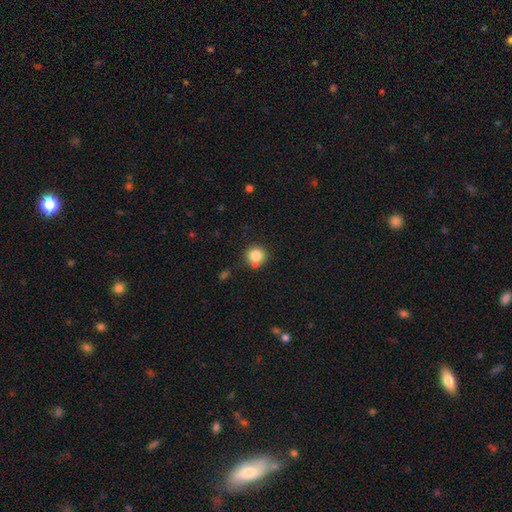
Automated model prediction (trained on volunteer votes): Smooth or featured?
  - smooth: 82% *
  - star or artifact: 10%
  - featured or disk: 8%
How rounded?
  - round: 91% *
  - in between: 8%
  - cigar-shaped: 1%
Merging?
  - none: 68% *
  - merger: 15%
  - minor disturbance: 13%
  - major disturbance: 4%